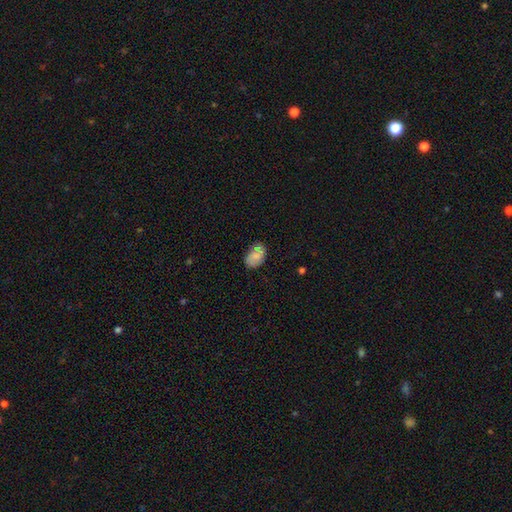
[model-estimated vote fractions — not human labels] A smooth galaxy with no disk features (71%) that is in between round and cigar-shaped (88%).

Vote fractions:
- Smooth or featured? smooth: 71% / featured or disk: 21% / star or artifact: 8%
- How rounded? in between: 88% / round: 11% / cigar-shaped: 1%
- Merging? none: 60% / minor disturbance: 28% / major disturbance: 7% / merger: 5%